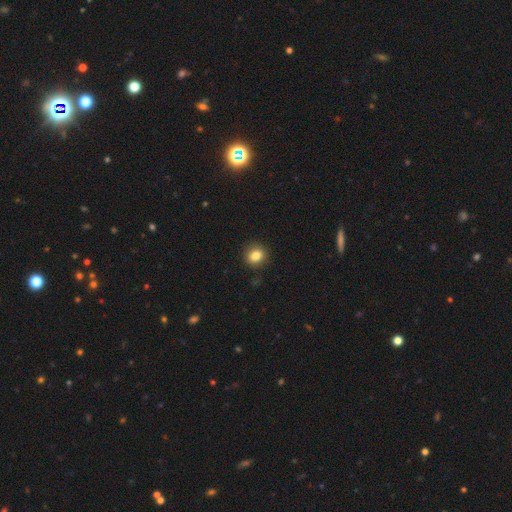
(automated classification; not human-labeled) A smooth galaxy with no disk features (83%) that is round (73%). Merging: none (88%).